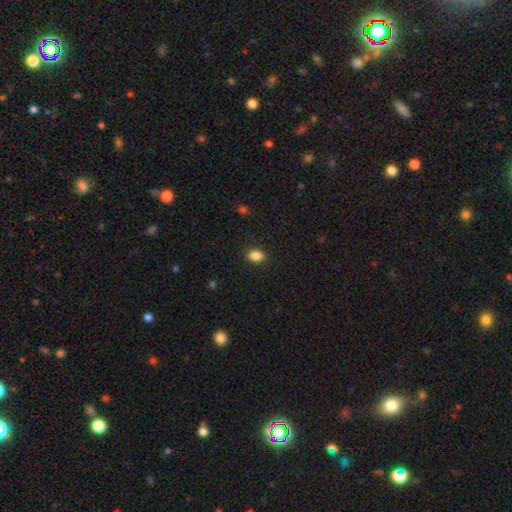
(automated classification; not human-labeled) This is clearly a smooth galaxy (86%). How rounded: likely in between (71%). Merging: clearly none (88%).